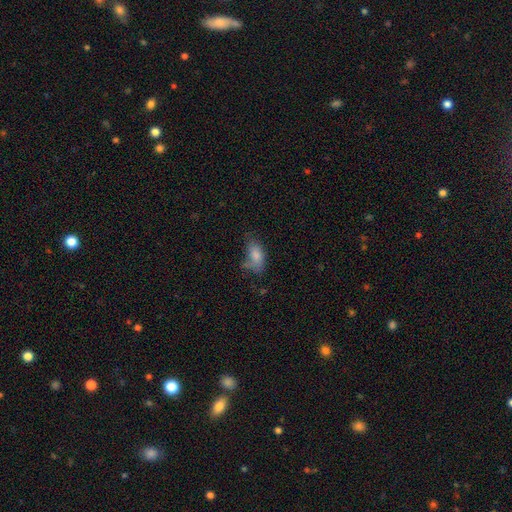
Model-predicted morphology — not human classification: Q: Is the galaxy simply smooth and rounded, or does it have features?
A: smooth — 78%.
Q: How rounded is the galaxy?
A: in between — 91%.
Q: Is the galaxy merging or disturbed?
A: none — 40%.